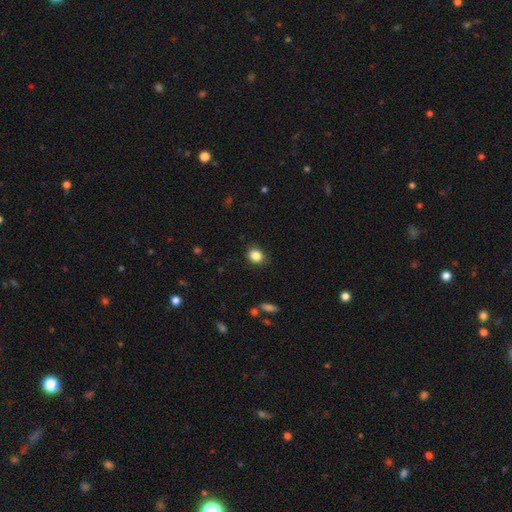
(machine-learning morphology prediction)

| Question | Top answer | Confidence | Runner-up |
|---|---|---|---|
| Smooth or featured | smooth | 85% | star or artifact (10%) |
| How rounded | round | 61% | in between (38%) |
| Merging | none | 84% | minor disturbance (12%) |